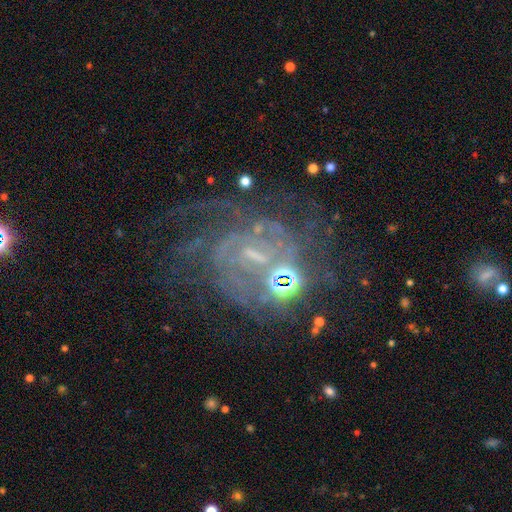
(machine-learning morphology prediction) Smooth or featured: featured or disk — 78% (star or artifact — 15%)
Edge-on disk: no — 97% (yes — 3%)
Bar: weak — 46% (strong — 32%)
Spiral arms: yes — 86% (no — 14%)
Spiral winding: medium — 41% (tight — 40%)
Spiral arm count: can't tell — 34% (2 — 32%)
Bulge size: small — 39% (none — 30%)
Merging: none — 43% (major disturbance — 29%)